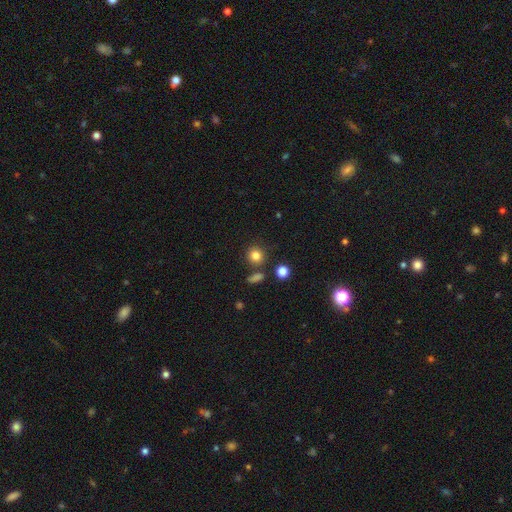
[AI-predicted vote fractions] smooth_or_featured: smooth (p=0.82) [alt: star or artifact p=0.13]
how_rounded: round (p=0.88) [alt: in between p=0.11]
merging: none (p=0.79) [alt: minor disturbance p=0.09]